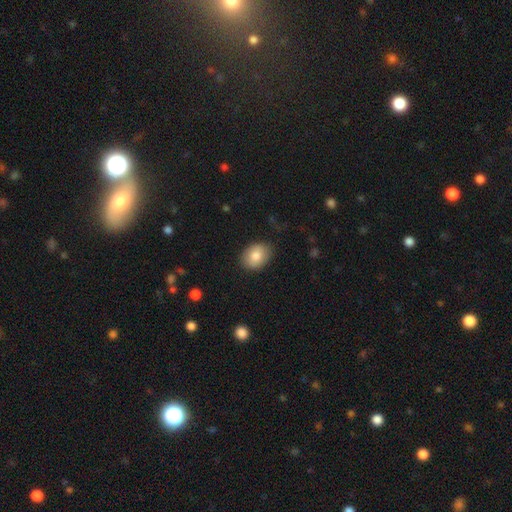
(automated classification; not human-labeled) smooth-or-featured: smooth: 84% | featured or disk: 9% | star or artifact: 7%
  how-rounded: in between: 72% | round: 27% | cigar-shaped: 1%
  merging: none: 83% | minor disturbance: 13% | major disturbance: 3% | merger: 1%